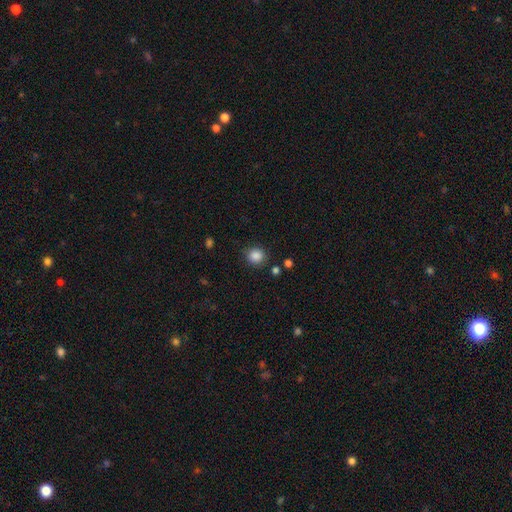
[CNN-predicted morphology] smooth-or-featured: smooth: 86% | star or artifact: 10% | featured or disk: 3%
  how-rounded: round: 88% | in between: 11% | cigar-shaped: 1%
  merging: none: 85% | minor disturbance: 9% | major disturbance: 3% | merger: 3%